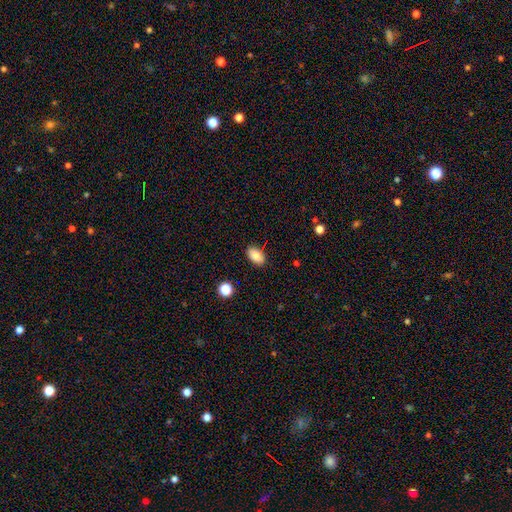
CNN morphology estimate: Smooth or featured? Predicted: smooth (p=0.85). How rounded? Predicted: in between (p=0.91). Merging? Predicted: none (p=0.86).